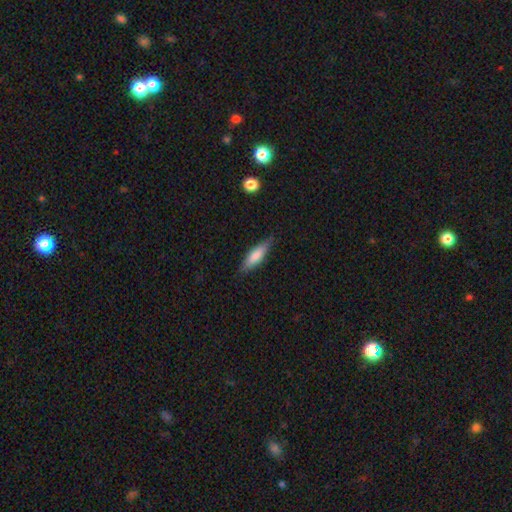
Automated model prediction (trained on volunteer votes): smooth 70%, featured or disk 24%, star or artifact 6%. Down the decision tree: how rounded — cigar-shaped (64%); merging — none (83%).